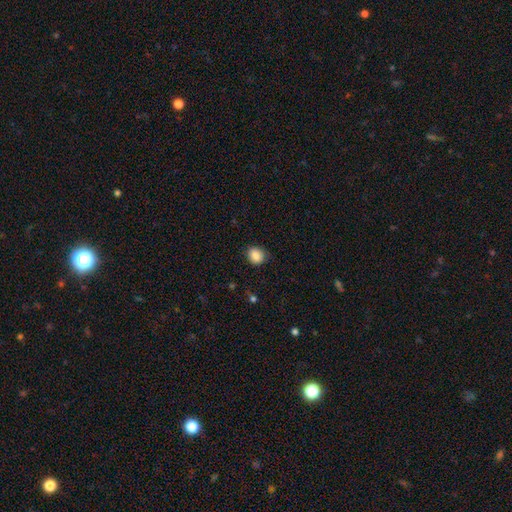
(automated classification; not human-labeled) Smooth or featured? Predicted: smooth (p=0.87). How rounded? Predicted: round (p=0.65). Merging? Predicted: none (p=0.83).